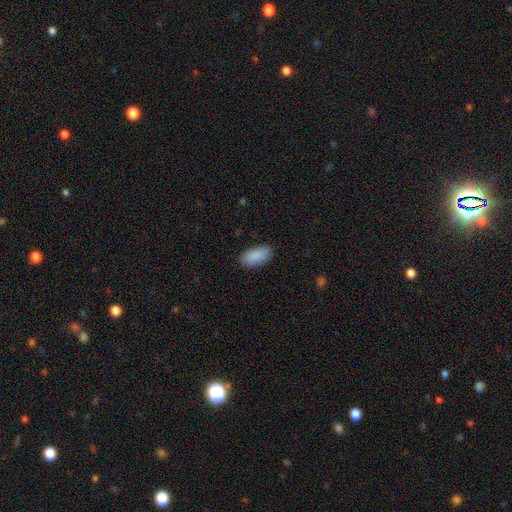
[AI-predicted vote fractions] The model was most divided on "merging": none: 87%, minor disturbance: 9%, major disturbance: 2%, merger: 1%. More confident: how rounded — in between (92%); smooth or featured — smooth (90%).